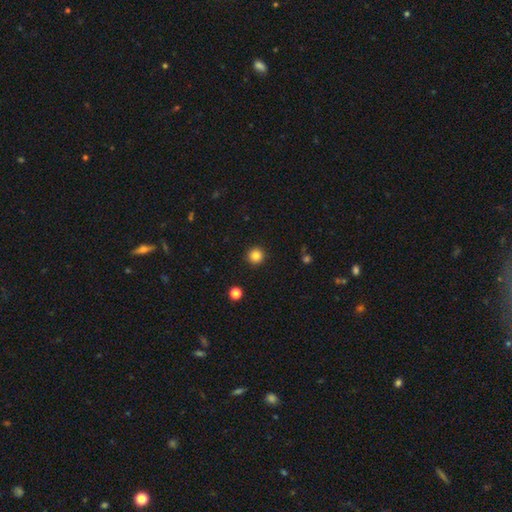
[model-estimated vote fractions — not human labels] A smooth galaxy with no disk features (84%) that is round (95%). Merging: none (93%).